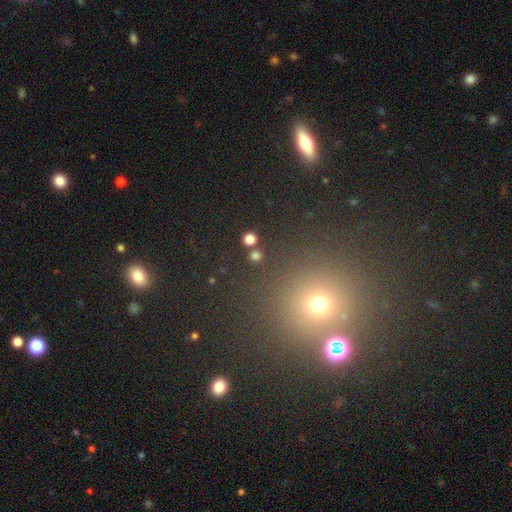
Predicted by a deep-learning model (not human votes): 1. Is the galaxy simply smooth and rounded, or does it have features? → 64% smooth, 29% star or artifact, 6% featured or disk.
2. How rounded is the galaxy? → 85% round, 13% in between, 2% cigar-shaped.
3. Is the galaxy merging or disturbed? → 85% none, 6% minor disturbance, 5% merger, 3% major disturbance.